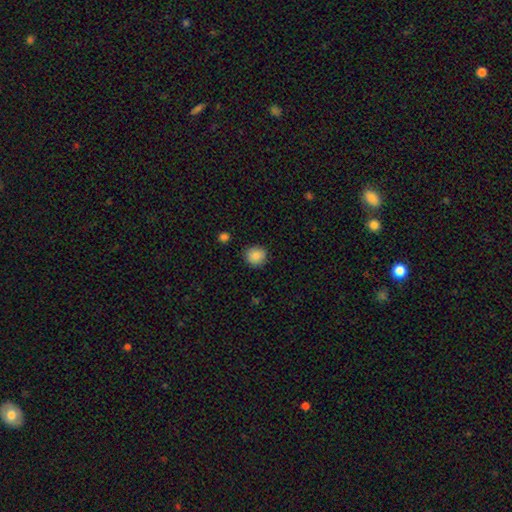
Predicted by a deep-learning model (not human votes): Overall: smooth (87%). How rounded: round (87%). Merging: none (87%).